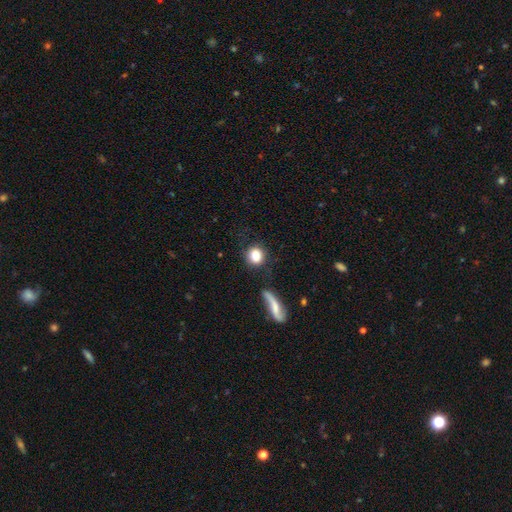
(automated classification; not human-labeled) A smooth galaxy with no disk features (82%) that is round (81%).

Vote fractions:
- Smooth or featured? smooth: 82% / featured or disk: 9% / star or artifact: 8%
- How rounded? round: 81% / in between: 17% / cigar-shaped: 2%
- Merging? none: 73% / minor disturbance: 13% / merger: 8% / major disturbance: 6%